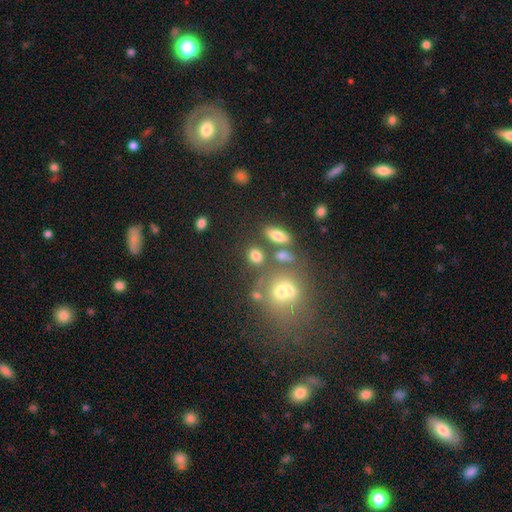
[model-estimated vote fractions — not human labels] A smooth galaxy with no disk features (74%) that is round (53%).

Vote fractions:
- Smooth or featured? smooth: 74% / star or artifact: 15% / featured or disk: 11%
- How rounded? round: 53% / in between: 43% / cigar-shaped: 4%
- Merging? none: 66% / merger: 16% / minor disturbance: 12% / major disturbance: 6%